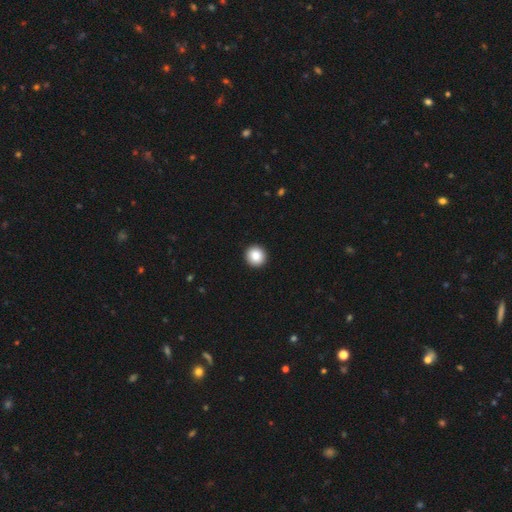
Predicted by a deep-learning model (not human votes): Overall: smooth (88%). How rounded: round (94%). Merging: none (94%).